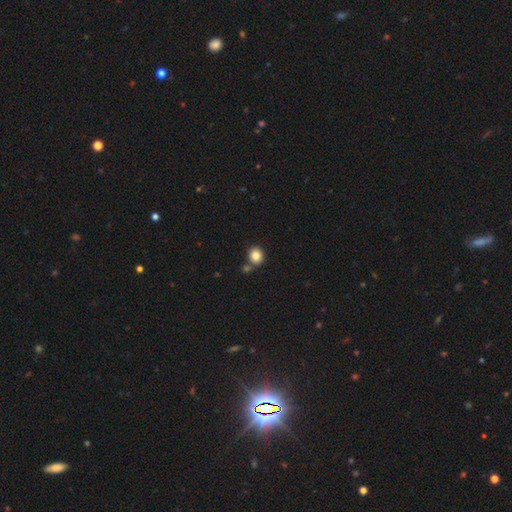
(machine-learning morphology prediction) Smooth or featured? smooth (84%)
How rounded? round (74%)
Merging? none (72%)